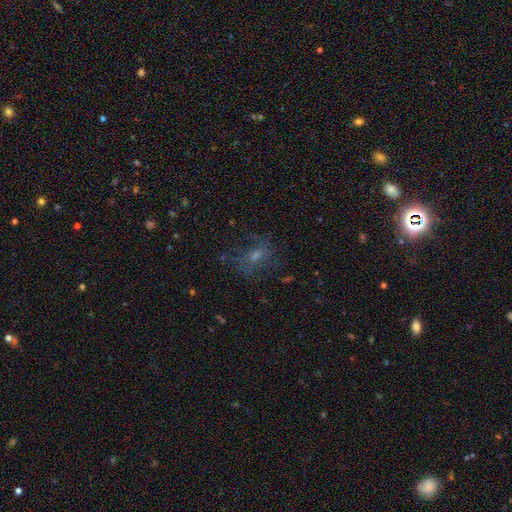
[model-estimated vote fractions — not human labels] This appears to be a smooth galaxy with no disk features (35%). Merging: none (62%).